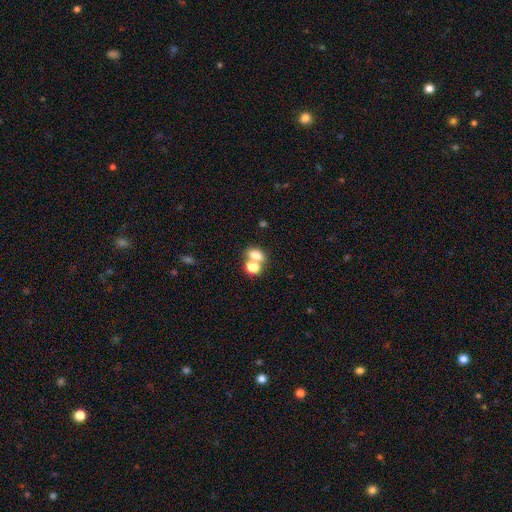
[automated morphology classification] A smooth galaxy with no disk features (75%) that is in between round and cigar-shaped (64%). Merging: merger (48%).